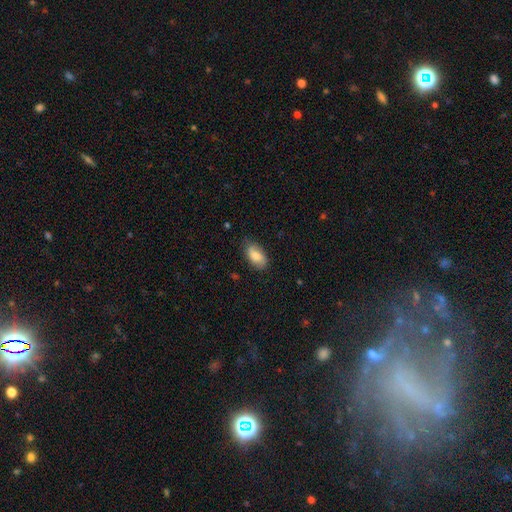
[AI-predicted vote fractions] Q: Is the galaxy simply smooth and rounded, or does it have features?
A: smooth — 78%.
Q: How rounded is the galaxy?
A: in between — 92%.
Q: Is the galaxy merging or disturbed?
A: none — 75%.